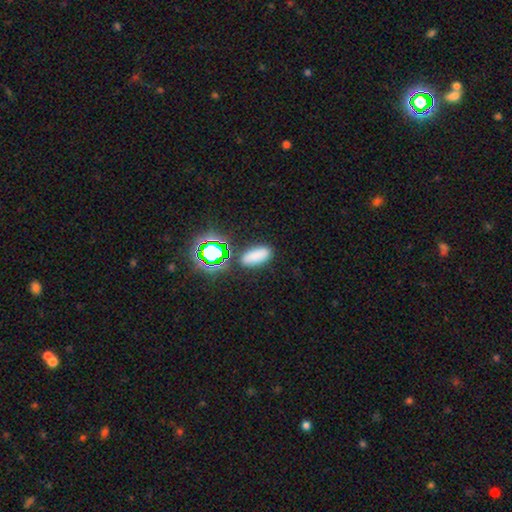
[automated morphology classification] smooth 75%, star or artifact 19%, featured or disk 6%. Down the decision tree: how rounded — in between (82%); merging — none (83%).